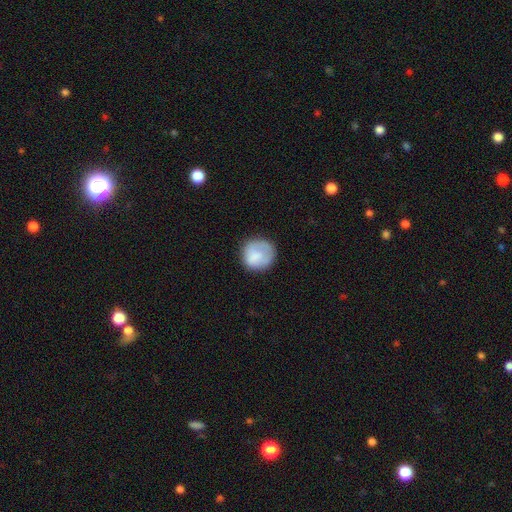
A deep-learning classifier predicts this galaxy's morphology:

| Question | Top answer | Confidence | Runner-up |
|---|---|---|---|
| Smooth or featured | smooth | 79% | featured or disk (14%) |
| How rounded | round | 88% | in between (11%) |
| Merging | none | 72% | minor disturbance (18%) |